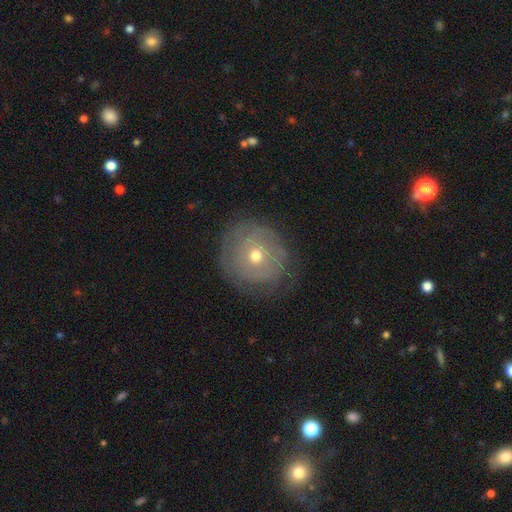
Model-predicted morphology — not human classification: smooth-or-featured: featured or disk: 53% | smooth: 36% | star or artifact: 10%
  disk-edge-on: no: 96% | yes: 4%
    bar: no: 85% | weak: 12% | strong: 3%
    has-spiral-arms: yes: 55% | no: 45%
    bulge-size: moderate: 55% | small: 42% | large: 2% | dominant: 1% | none: 1%
  merging: none: 75% | minor disturbance: 17% | major disturbance: 7% | merger: 1%